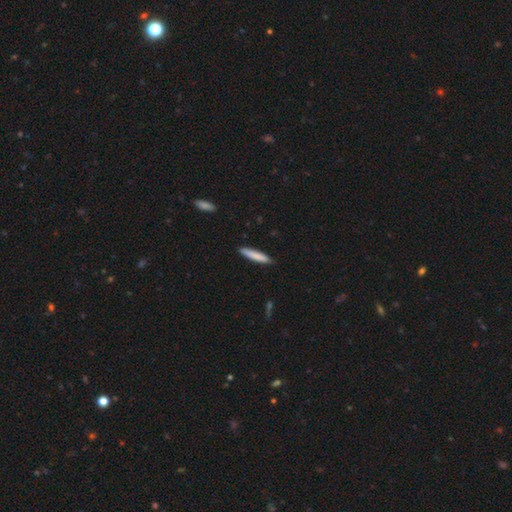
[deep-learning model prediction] smooth_or_featured: smooth (p=0.82) [alt: featured or disk p=0.12]
how_rounded: cigar-shaped (p=0.90) [alt: in between p=0.08]
merging: none (p=0.88) [alt: minor disturbance p=0.09]